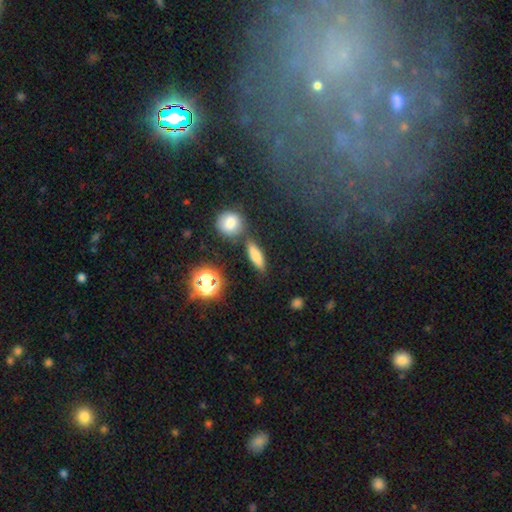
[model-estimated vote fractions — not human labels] A smooth galaxy with no disk features (72%) that is cigar-shaped (53%).

Vote fractions:
- Smooth or featured? smooth: 72% / star or artifact: 15% / featured or disk: 13%
- How rounded? cigar-shaped: 53% / in between: 37% / round: 11%
- Merging? none: 78% / minor disturbance: 11% / merger: 8% / major disturbance: 4%